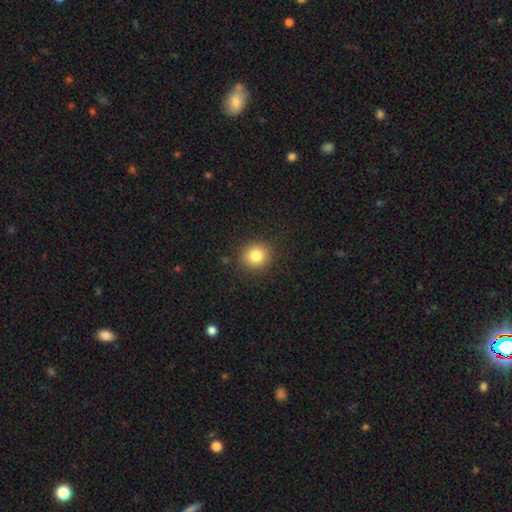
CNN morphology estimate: Smooth or featured: smooth — 82% (star or artifact — 11%)
How rounded: round — 88% (in between — 11%)
Merging: none — 90% (minor disturbance — 7%)